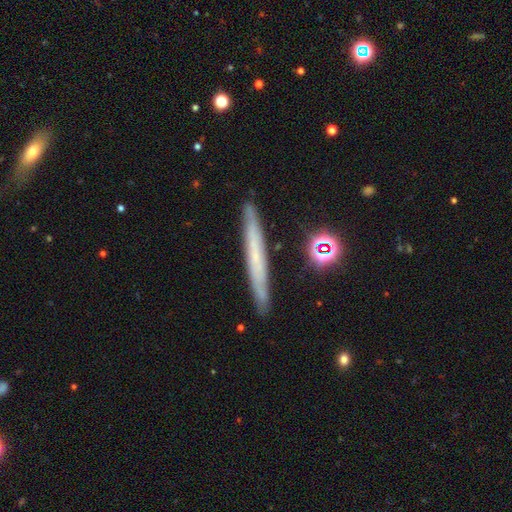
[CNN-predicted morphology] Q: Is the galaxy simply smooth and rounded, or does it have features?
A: featured or disk — 50%.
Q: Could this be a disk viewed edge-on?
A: yes — 91%.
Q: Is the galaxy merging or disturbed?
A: none — 88%.